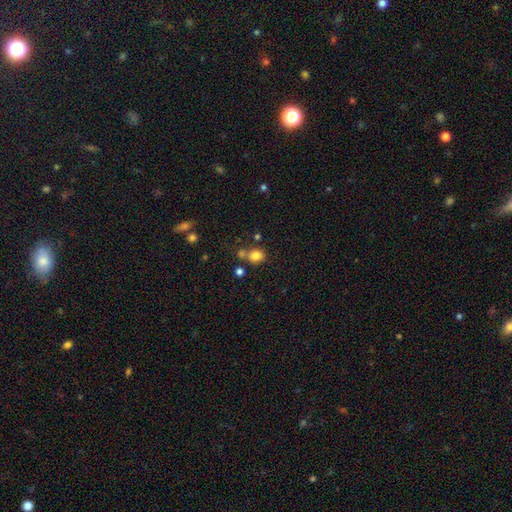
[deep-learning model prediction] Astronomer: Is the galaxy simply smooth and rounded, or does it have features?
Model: smooth — 81%.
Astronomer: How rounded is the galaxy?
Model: round — 74%.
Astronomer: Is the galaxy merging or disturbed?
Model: none — 65%.